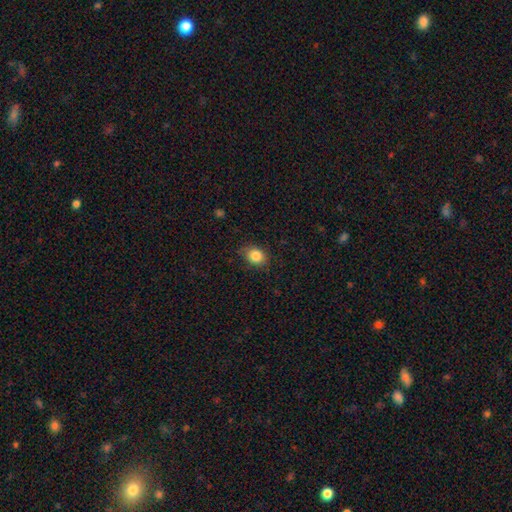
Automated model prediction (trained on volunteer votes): This is clearly a smooth galaxy (85%). How rounded: possibly round (50%). Merging: likely none (80%).